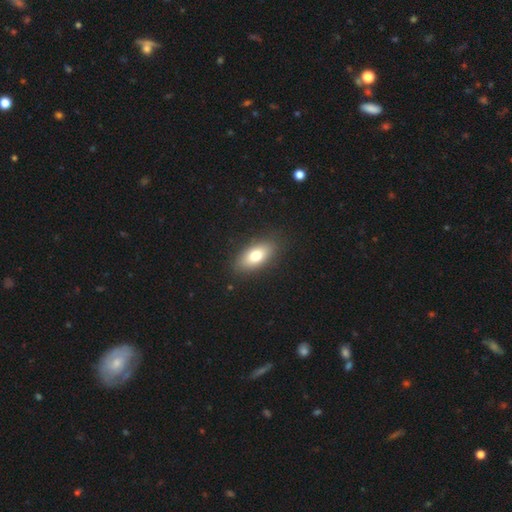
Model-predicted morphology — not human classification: A smooth galaxy with no disk features (74%) that is in between round and cigar-shaped (87%).

Vote fractions:
- Smooth or featured? smooth: 74% / featured or disk: 18% / star or artifact: 7%
- How rounded? in between: 87% / cigar-shaped: 8% / round: 5%
- Merging? none: 87% / minor disturbance: 9% / major disturbance: 2% / merger: 1%